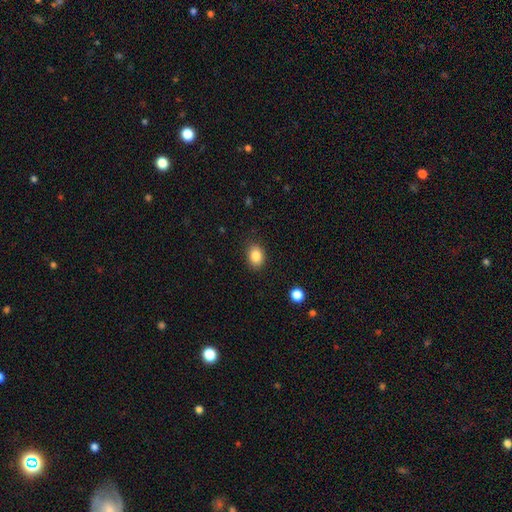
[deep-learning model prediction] A smooth galaxy with no disk features (86%) that is in between round and cigar-shaped (68%). Merging: none (87%).